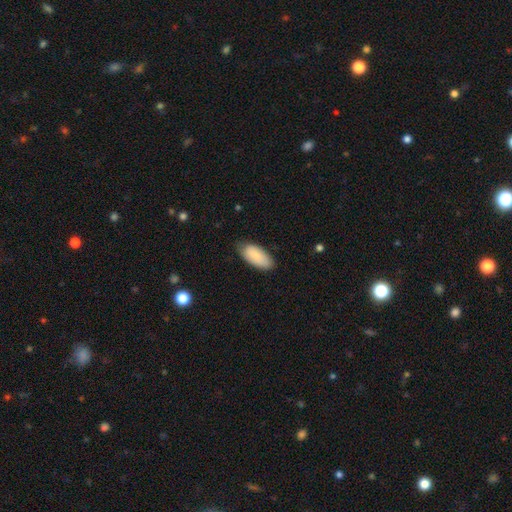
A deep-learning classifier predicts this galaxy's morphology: Overall: smooth (87%). How rounded: in between (91%). Merging: none (73%).